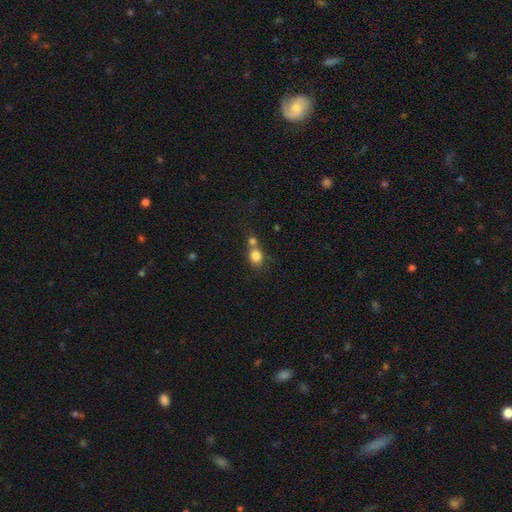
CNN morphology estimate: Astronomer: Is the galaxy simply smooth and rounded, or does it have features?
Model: smooth — 81%.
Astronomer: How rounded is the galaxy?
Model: round — 56% (runner-up: in between, 42%).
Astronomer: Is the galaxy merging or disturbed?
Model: merger — 49% (runner-up: none, 37%).